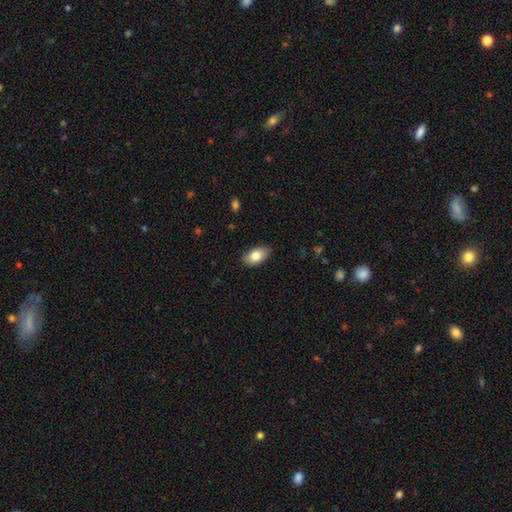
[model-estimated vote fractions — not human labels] This is clearly a smooth galaxy (82%). How rounded: clearly in between (92%). Merging: clearly none (83%).